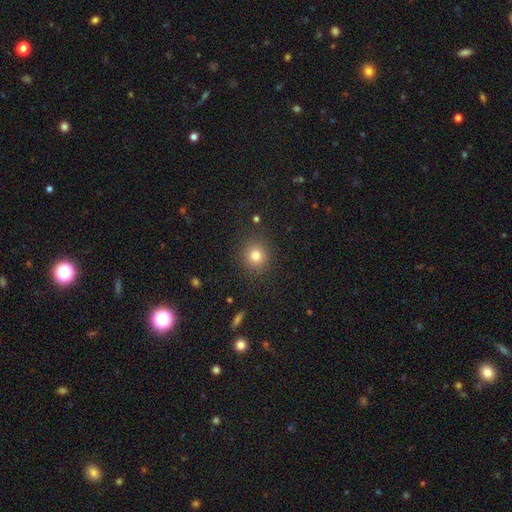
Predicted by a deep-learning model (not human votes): This appears to be a smooth galaxy with no disk features (80%) that is round (88%). Merging: none (88%).